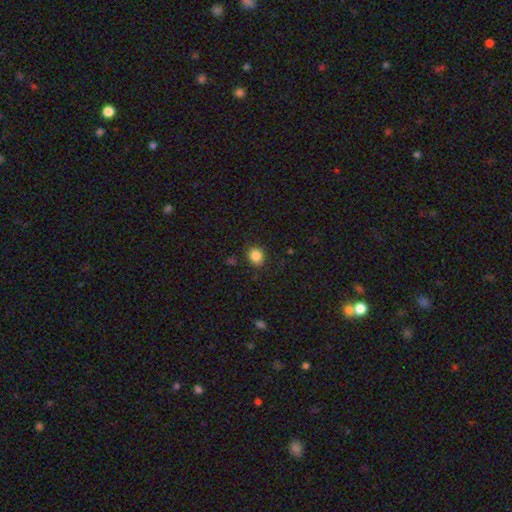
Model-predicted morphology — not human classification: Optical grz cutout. It shows a smooth galaxy with no disk features (85%) that is round (72%). Merging: none (85%).